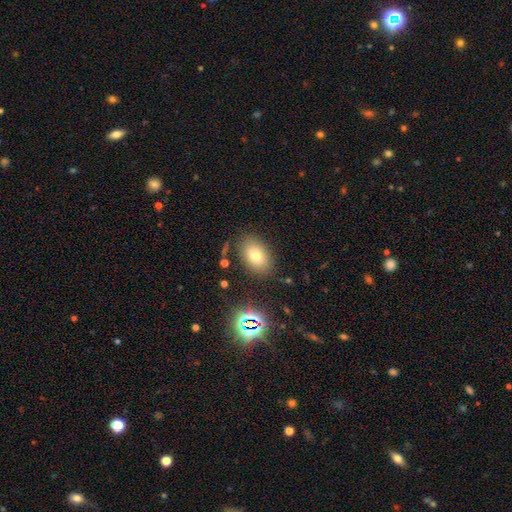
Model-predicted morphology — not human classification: This is likely a smooth galaxy (74%). How rounded: clearly in between (83%). Merging: clearly none (83%).